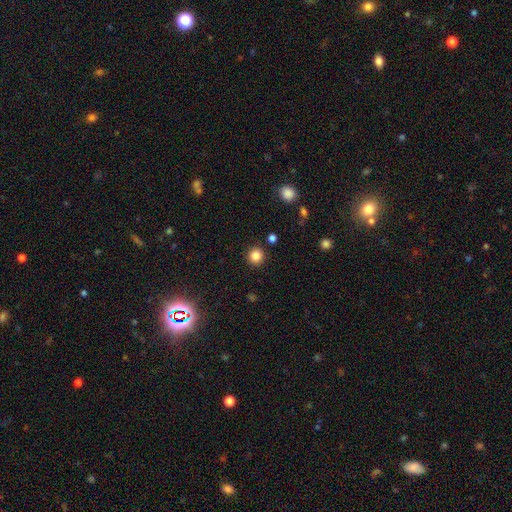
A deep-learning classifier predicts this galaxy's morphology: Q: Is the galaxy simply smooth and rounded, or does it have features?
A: smooth — 84%.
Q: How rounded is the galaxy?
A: round — 94%.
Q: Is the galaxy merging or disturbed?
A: none — 91%.